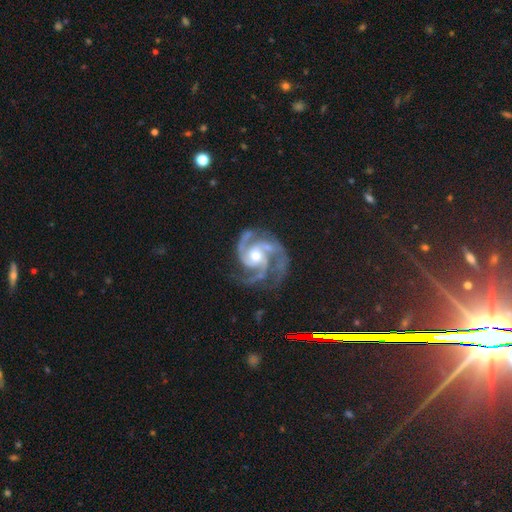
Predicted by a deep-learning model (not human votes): Smooth or featured?
  - featured or disk: 94% *
  - star or artifact: 4%
  - smooth: 3%
Edge-on disk?
  - no: 98% *
  - yes: 2%
Bar?
  - no: 64% *
  - weak: 26%
  - strong: 9%
Spiral arms?
  - yes: 99% *
  - no: 1%
Spiral winding?
  - medium: 51% *
  - tight: 43%
  - loose: 6%
Spiral arm count?
  - 3: 69% *
  - 2: 11%
  - 4: 10%
  - can't tell: 4%
  - 1: 3%
  - more than 4: 3%
Bulge size?
  - moderate: 70% *
  - small: 19%
  - large: 8%
  - none: 1%
  - dominant: 1%
Merging?
  - none: 69% *
  - minor disturbance: 18%
  - major disturbance: 11%
  - merger: 2%